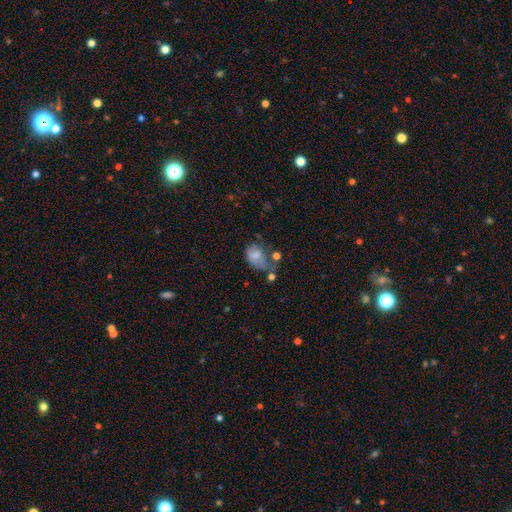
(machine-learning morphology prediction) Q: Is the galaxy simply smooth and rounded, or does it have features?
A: smooth — 70%.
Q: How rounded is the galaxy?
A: in between — 78%.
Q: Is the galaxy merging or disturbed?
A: major disturbance — 33%.